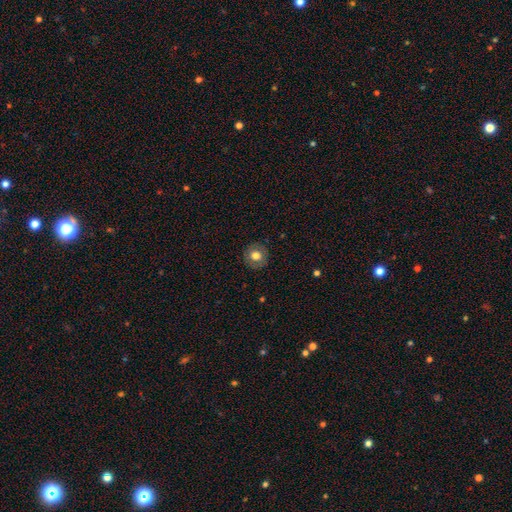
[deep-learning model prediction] Q: Smooth or featured?
A: smooth (72%); runner-up: featured or disk (19%)
Q: How rounded?
A: round (91%); runner-up: in between (8%)
Q: Merging?
A: none (88%); runner-up: minor disturbance (8%)